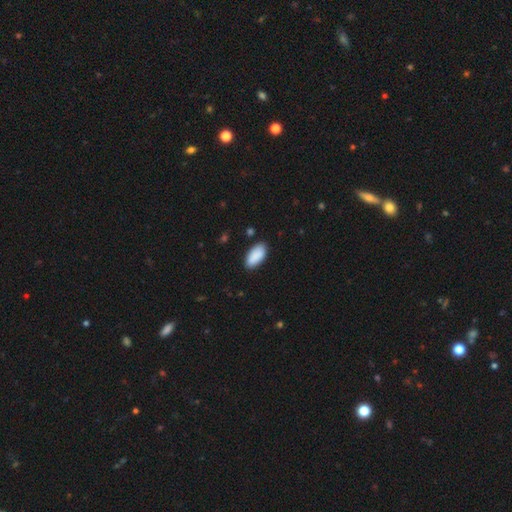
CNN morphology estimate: smooth 90%, star or artifact 6%, featured or disk 4%. Down the decision tree: how rounded — in between (94%); merging — none (86%).